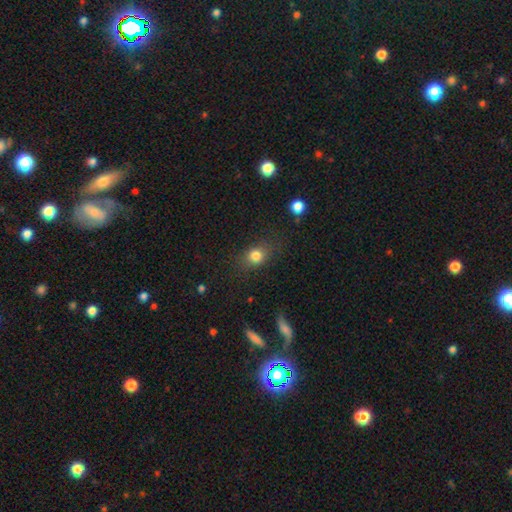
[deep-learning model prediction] A smooth galaxy with no disk features (81%) that is round (53%). Merging: none (77%).